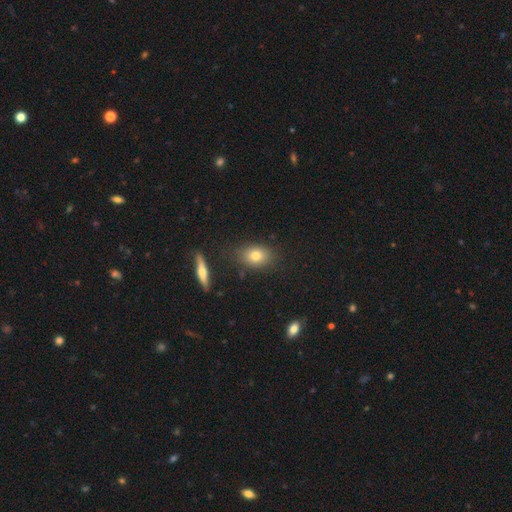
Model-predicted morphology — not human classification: smooth 77%, featured or disk 13%, star or artifact 10%. Down the decision tree: how rounded — in between (67%); merging — none (80%).